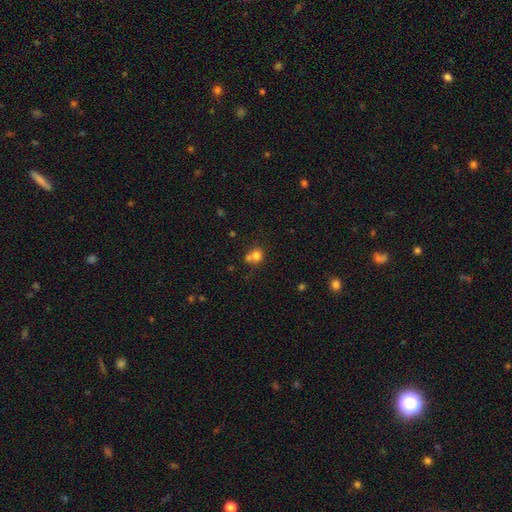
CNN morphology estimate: Q: Smooth or featured?
A: smooth (77%); runner-up: star or artifact (13%)
Q: How rounded?
A: round (86%); runner-up: in between (13%)
Q: Merging?
A: none (50%); runner-up: merger (37%)